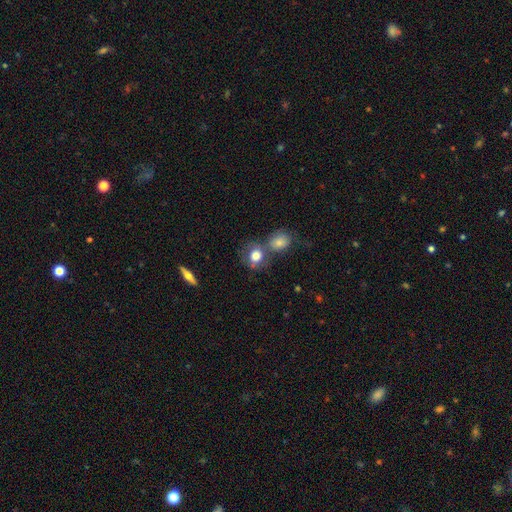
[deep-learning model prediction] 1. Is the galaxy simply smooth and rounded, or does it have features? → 77% smooth, 13% featured or disk, 9% star or artifact.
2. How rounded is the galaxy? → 65% round, 34% in between, 2% cigar-shaped.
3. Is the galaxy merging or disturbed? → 46% none, 35% merger, 13% minor disturbance, 6% major disturbance.